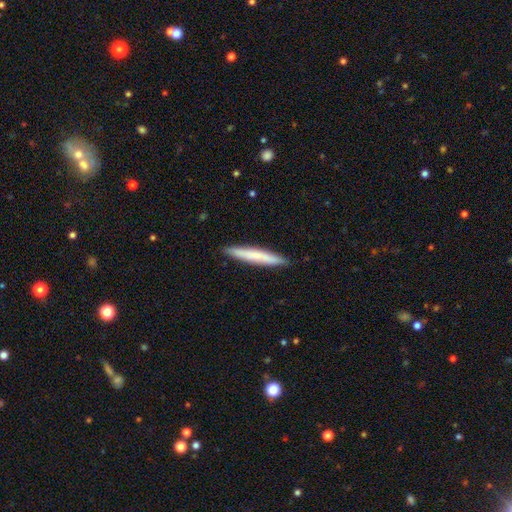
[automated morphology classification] A smooth galaxy with no disk features (67%) that is cigar-shaped (95%). Merging: none (91%).